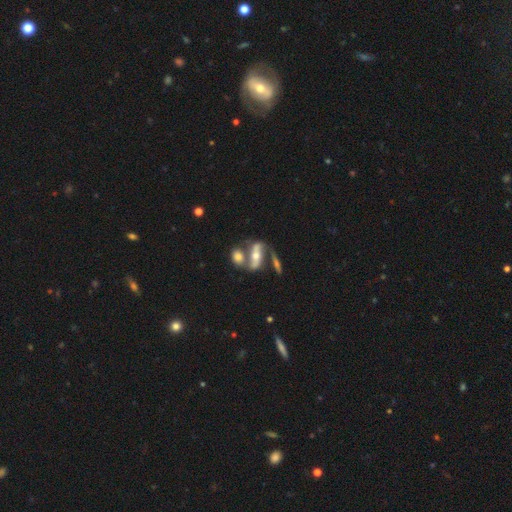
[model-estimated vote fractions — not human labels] Smooth or featured? Predicted: featured or disk (p=0.70). Edge-on disk? Predicted: no (p=0.75). Bar? Predicted: strong (p=0.44). Spiral arms? Predicted: yes (p=0.77). Bulge size? Predicted: moderate (p=0.60). Merging? Predicted: none (p=0.43).